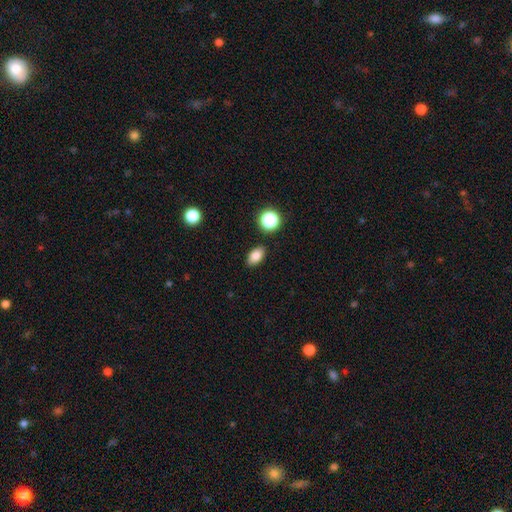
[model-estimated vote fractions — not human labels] A smooth galaxy with no disk features (83%) that is in between round and cigar-shaped (87%). Merging: none (87%).